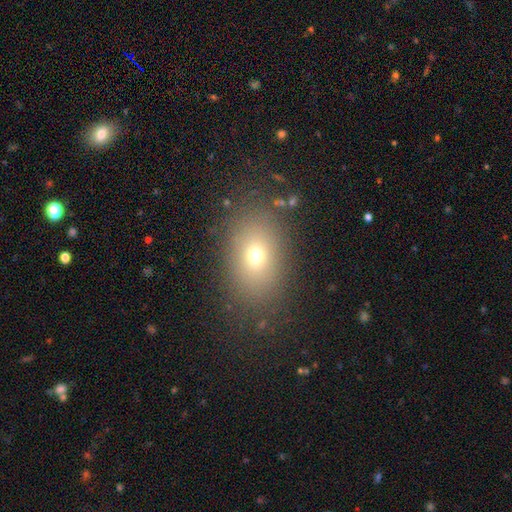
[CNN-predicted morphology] smooth_or_featured: smooth (p=0.68) [alt: star or artifact p=0.17]
how_rounded: in between (p=0.76) [alt: round p=0.22]
merging: none (p=0.83) [alt: minor disturbance p=0.10]